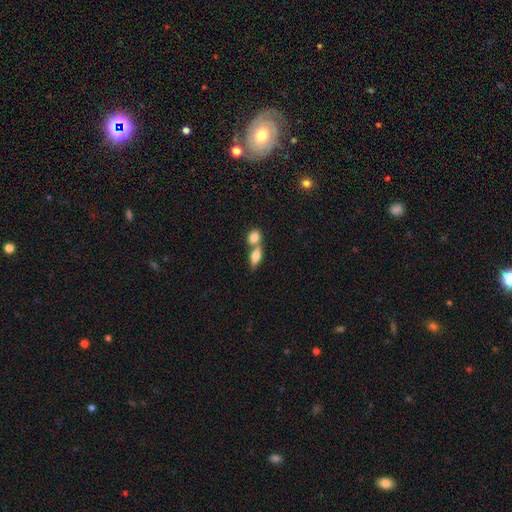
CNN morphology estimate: Smooth or featured: smooth — 72% (featured or disk — 20%)
How rounded: in between — 73% (cigar-shaped — 17%)
Merging: merger — 59% (none — 31%)